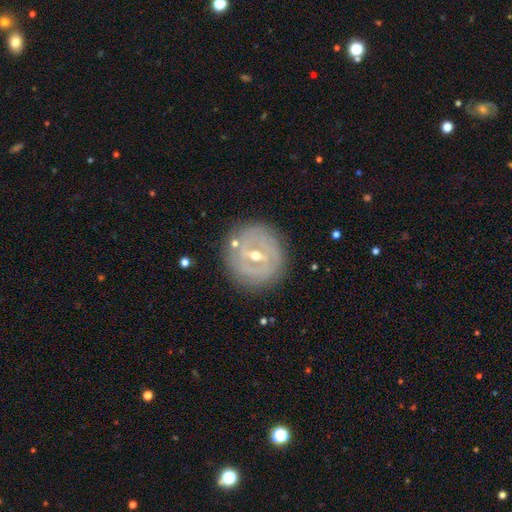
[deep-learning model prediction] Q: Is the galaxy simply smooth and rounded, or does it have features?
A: featured or disk — 81%.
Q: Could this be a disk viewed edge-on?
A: no — 95%.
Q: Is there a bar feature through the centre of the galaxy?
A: weak — 47%.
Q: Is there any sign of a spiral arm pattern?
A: yes — 85%.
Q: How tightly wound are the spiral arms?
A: tight — 76%.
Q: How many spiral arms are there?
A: can't tell — 39%.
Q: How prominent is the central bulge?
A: moderate — 60%.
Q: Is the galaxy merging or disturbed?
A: none — 82%.